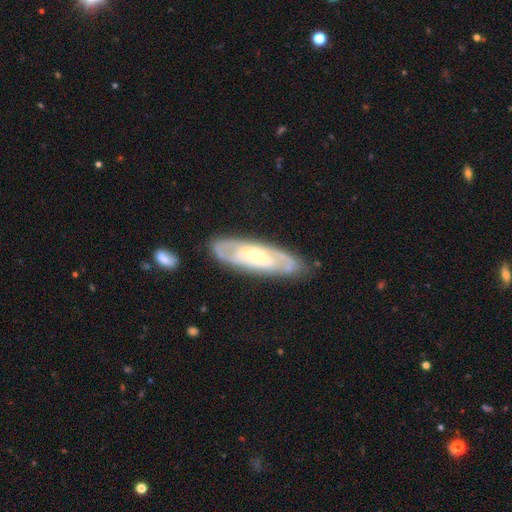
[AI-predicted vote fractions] smooth-or-featured: featured or disk: 74% | smooth: 21% | star or artifact: 5%
  disk-edge-on: no: 81% | yes: 19%
    bar: weak: 41% | no: 31% | strong: 28%
    has-spiral-arms: yes: 81% | no: 19%
    bulge-size: moderate: 41% | small: 37% | large: 15% | none: 6% | dominant: 2%
  merging: none: 81% | minor disturbance: 14% | major disturbance: 4% | merger: 2%